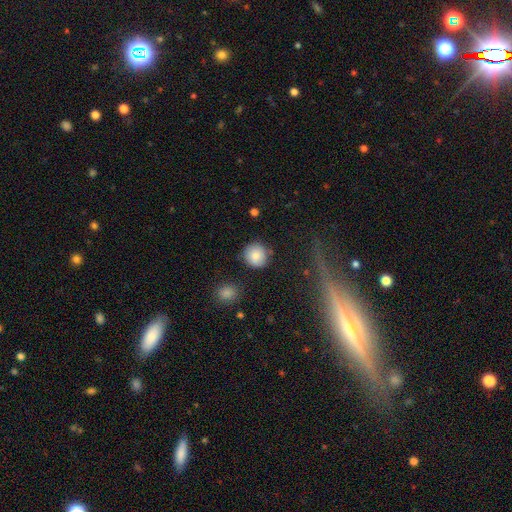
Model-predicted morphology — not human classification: smooth-or-featured: smooth: 83% | star or artifact: 9% | featured or disk: 8%
  how-rounded: round: 92% | in between: 7% | cigar-shaped: 1%
  merging: none: 84% | minor disturbance: 10% | merger: 3% | major disturbance: 3%